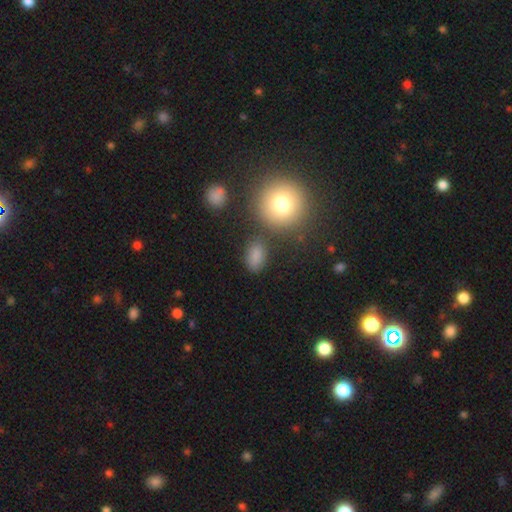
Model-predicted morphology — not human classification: This appears to be a smooth galaxy with no disk features (82%) that is in between round and cigar-shaped (83%). Merging: none (70%).